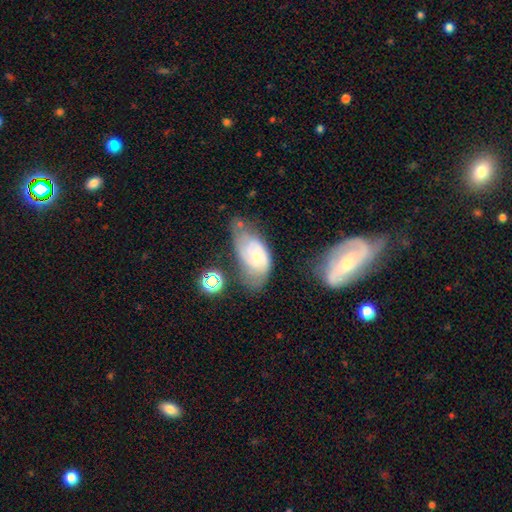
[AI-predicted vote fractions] A featured or disk galaxy (64%) with no bar (47%), 2 (51%) tight (48%) spiral arms (87%) and a small central bulge (55%).

Vote fractions:
- Smooth or featured? featured or disk: 64% / smooth: 27% / star or artifact: 9%
- Edge-on disk? no: 95% / yes: 5%
- Bar? no: 47% / weak: 44% / strong: 8%
- Spiral arms? yes: 87% / no: 13%
- Spiral winding? tight: 48% / medium: 39% / loose: 13%
- Spiral arm count? 2: 51% / can't tell: 31% / 3: 7% / 1: 7% / 4: 2% / more than 4: 2%
- Bulge size? small: 55% / moderate: 35% / none: 5% / large: 3% / dominant: 1%
- Merging? none: 42% / minor disturbance: 31% / major disturbance: 18% / merger: 9%